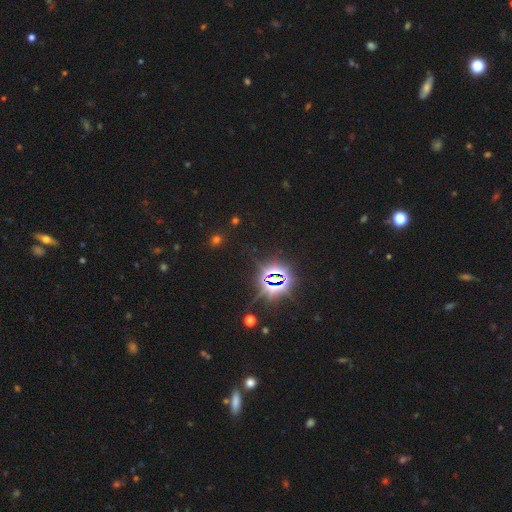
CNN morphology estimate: smooth-or-featured: star or artifact: 81% | smooth: 12% | featured or disk: 7%